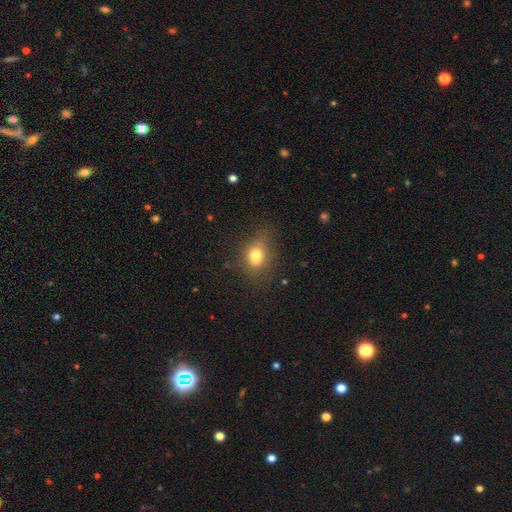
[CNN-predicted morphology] Smooth or featured?
  - smooth: 76% *
  - star or artifact: 12%
  - featured or disk: 12%
How rounded?
  - in between: 58% *
  - round: 41%
  - cigar-shaped: 2%
Merging?
  - none: 63% *
  - minor disturbance: 24%
  - major disturbance: 11%
  - merger: 2%